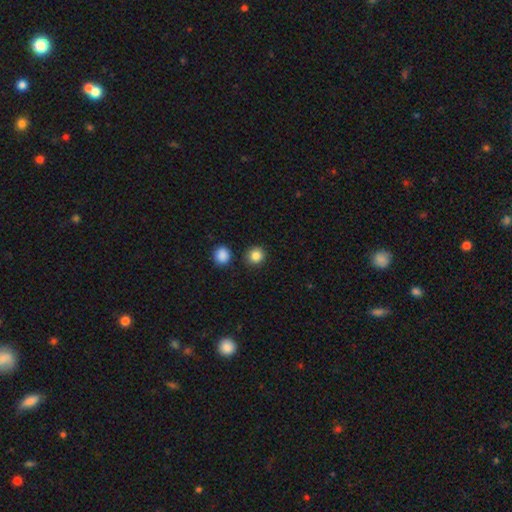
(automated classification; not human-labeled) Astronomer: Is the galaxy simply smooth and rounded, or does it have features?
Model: smooth — 86%.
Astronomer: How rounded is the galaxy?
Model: round — 91%.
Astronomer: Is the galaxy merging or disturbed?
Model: none — 89%.